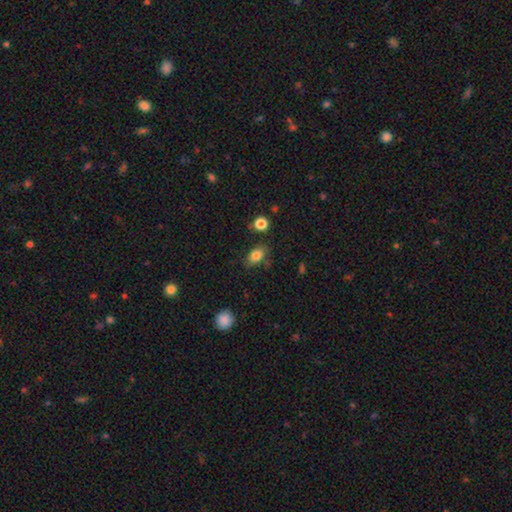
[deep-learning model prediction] This appears to be a smooth galaxy with no disk features (82%) that is in between round and cigar-shaped (84%). Merging: none (75%).